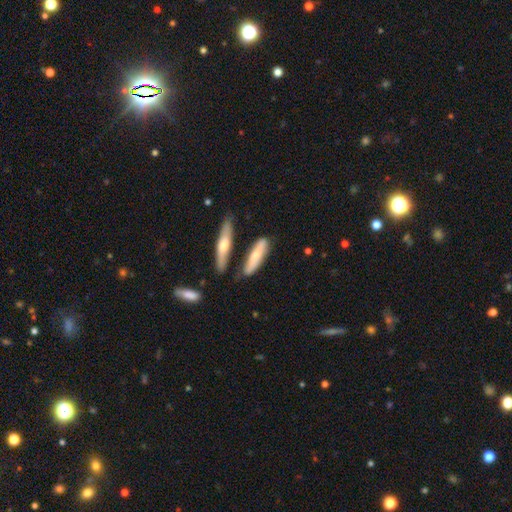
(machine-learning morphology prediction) Smooth or featured? Predicted: smooth (p=0.59). How rounded? Predicted: cigar-shaped (p=0.72). Merging? Predicted: none (p=0.66).